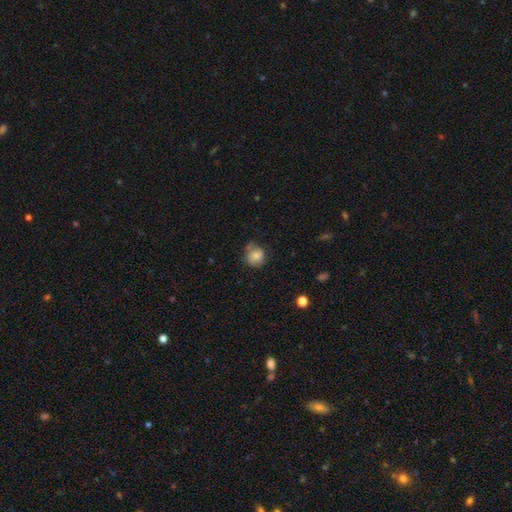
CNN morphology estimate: This appears to be a smooth galaxy with no disk features (77%) that is round (87%). Merging: none (66%).